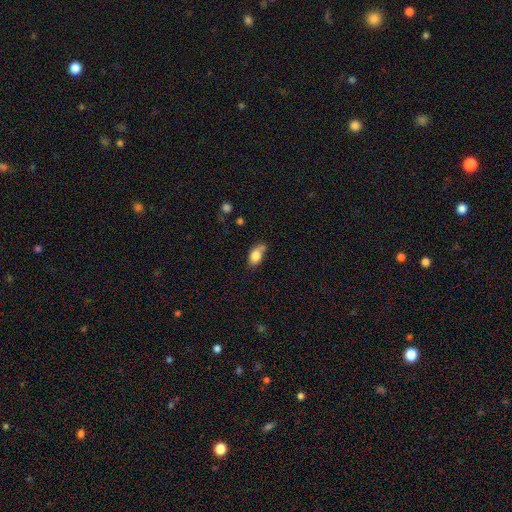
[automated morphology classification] Overall: smooth (79%). How rounded: in between (88%). Merging: none (49%; minor disturbance 33%).